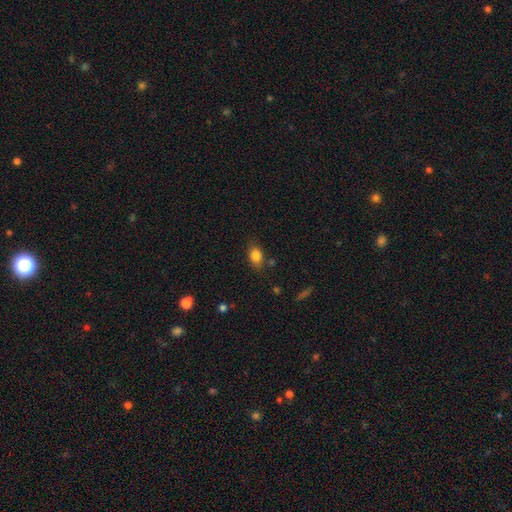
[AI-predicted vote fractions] Morphology: type=smooth (83%); roundness=in between (73%); merging=none (73%).